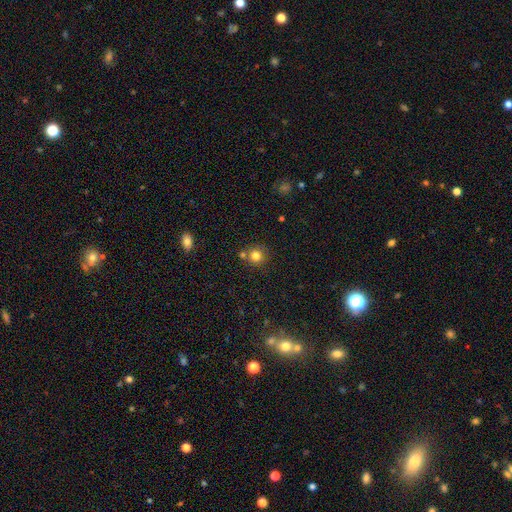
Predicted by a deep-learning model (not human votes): Overall: smooth (80%). How rounded: round (91%). Merging: none (71%).